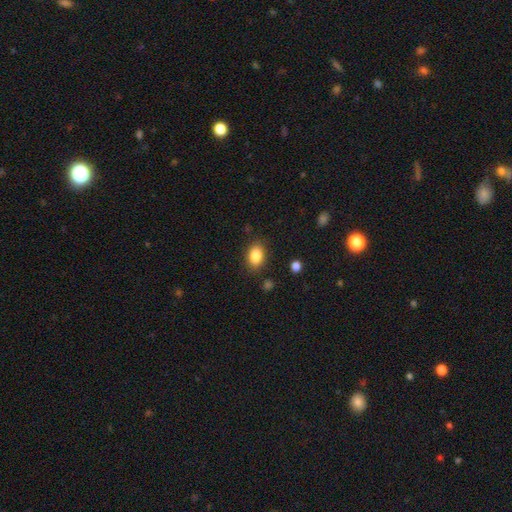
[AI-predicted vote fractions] A smooth galaxy with no disk features (86%) that is in between round and cigar-shaped (80%).

Vote fractions:
- Smooth or featured? smooth: 86% / star or artifact: 8% / featured or disk: 5%
- How rounded? in between: 80% / round: 19% / cigar-shaped: 1%
- Merging? none: 84% / minor disturbance: 11% / major disturbance: 3% / merger: 2%